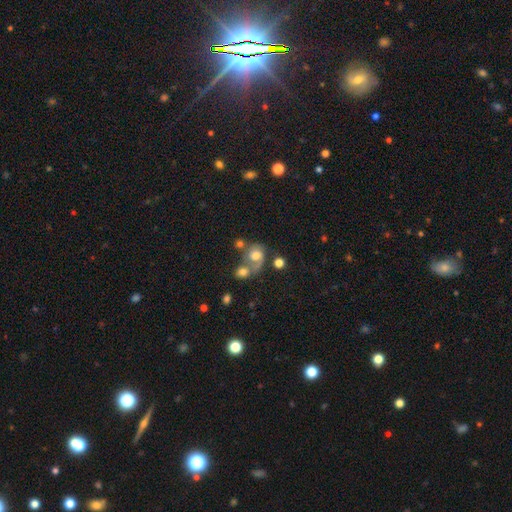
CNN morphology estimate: smooth-or-featured: smooth: 52% | featured or disk: 37% | star or artifact: 11%
  how-rounded: round: 63% | in between: 36% | cigar-shaped: 1%
  merging: merger: 48% | none: 26% | major disturbance: 15% | minor disturbance: 11%